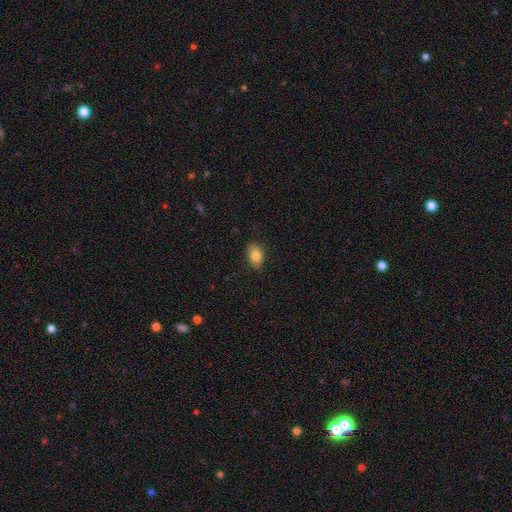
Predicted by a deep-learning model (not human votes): Morphology: type=smooth (81%); roundness=in between (84%); merging=none (83%).